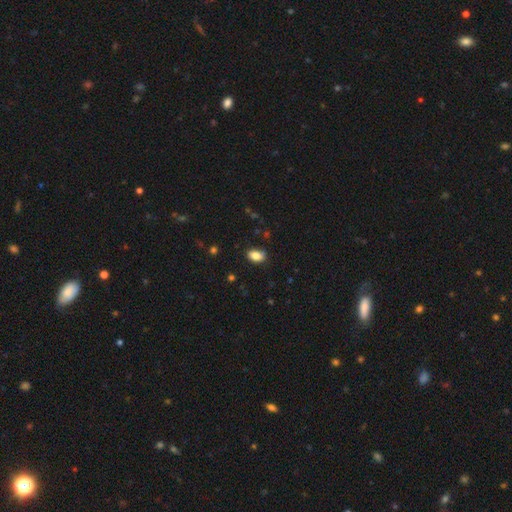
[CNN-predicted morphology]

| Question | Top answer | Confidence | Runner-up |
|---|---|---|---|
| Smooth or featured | smooth | 85% | star or artifact (8%) |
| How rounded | in between | 87% | round (12%) |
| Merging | none | 83% | minor disturbance (13%) |